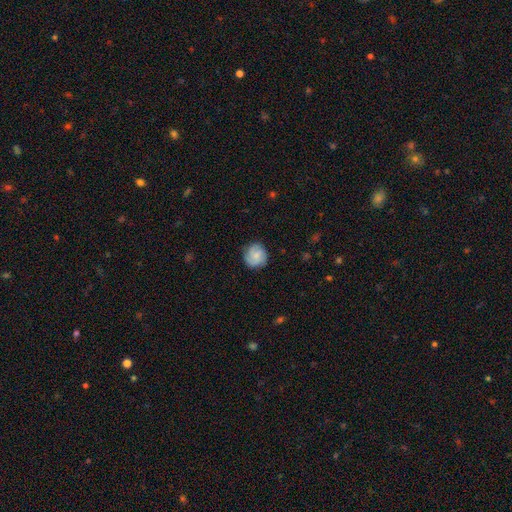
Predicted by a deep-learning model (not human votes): The model was most divided on "smooth or featured": smooth: 53%, featured or disk: 40%, star or artifact: 7%. More confident: how rounded — round (85%); merging — none (80%).